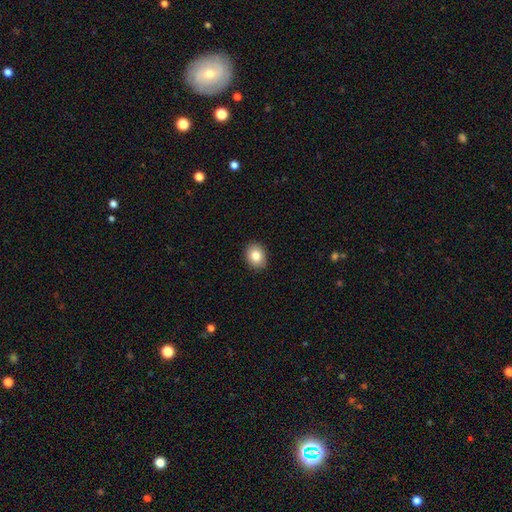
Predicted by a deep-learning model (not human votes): A smooth galaxy with no disk features (83%) that is in between round and cigar-shaped (52%).

Vote fractions:
- Smooth or featured? smooth: 83% / star or artifact: 9% / featured or disk: 8%
- How rounded? in between: 52% / round: 47% / cigar-shaped: 1%
- Merging? none: 90% / minor disturbance: 7% / major disturbance: 2% / merger: 1%